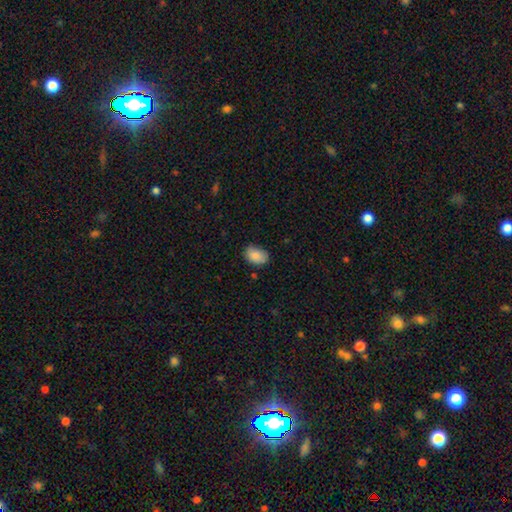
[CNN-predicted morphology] smooth-or-featured: smooth: 87% | star or artifact: 7% | featured or disk: 5%
  how-rounded: in between: 81% | round: 18% | cigar-shaped: 1%
  merging: none: 77% | minor disturbance: 19% | major disturbance: 3% | merger: 1%